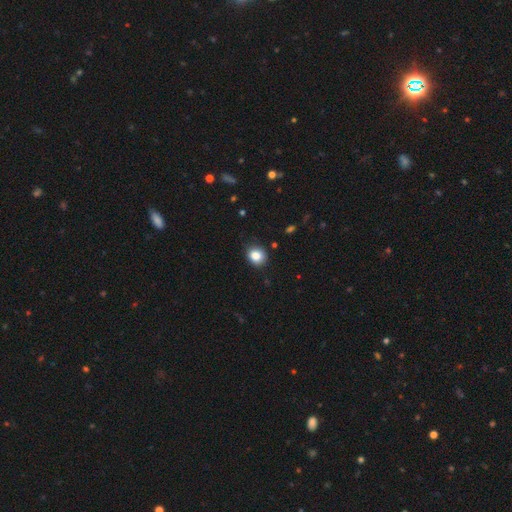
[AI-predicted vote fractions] This appears to be a smooth galaxy with no disk features (85%) that is round (64%). Merging: none (85%).